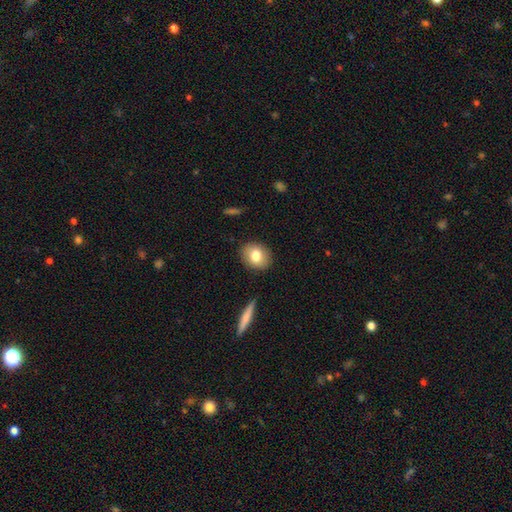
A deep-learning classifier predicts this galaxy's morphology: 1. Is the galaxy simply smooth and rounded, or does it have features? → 77% smooth, 15% featured or disk, 8% star or artifact.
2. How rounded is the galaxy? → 54% round, 45% in between, 2% cigar-shaped.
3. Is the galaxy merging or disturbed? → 87% none, 10% minor disturbance, 2% major disturbance, 2% merger.